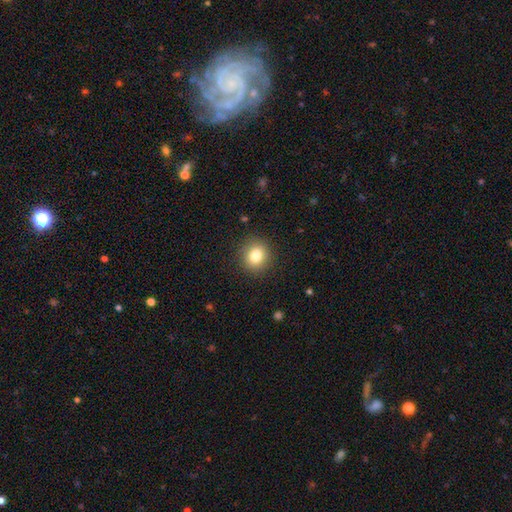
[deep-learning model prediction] smooth-or-featured: smooth: 82% | star or artifact: 11% | featured or disk: 8%
  how-rounded: round: 84% | in between: 15% | cigar-shaped: 1%
  merging: none: 89% | minor disturbance: 7% | major disturbance: 3% | merger: 1%